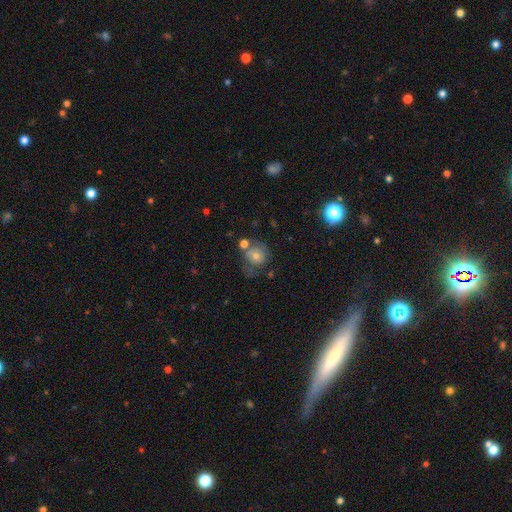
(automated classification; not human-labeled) A smooth galaxy with no disk features (56%) that is round (75%). Merging: none (44%).